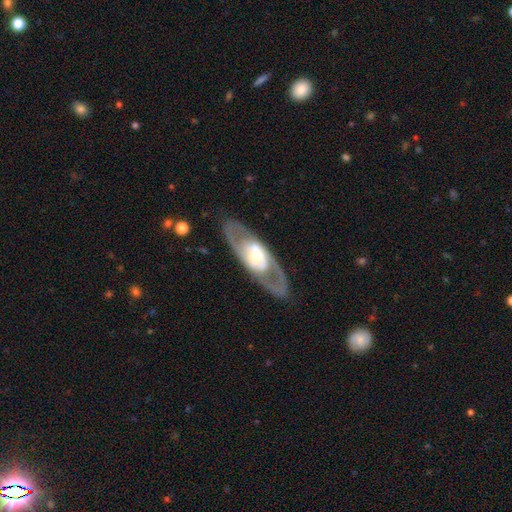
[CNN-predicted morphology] Smooth or featured?
  - featured or disk: 75% *
  - smooth: 20%
  - star or artifact: 5%
Edge-on disk?
  - no: 83% *
  - yes: 17%
Bar?
  - no: 65% *
  - weak: 22%
  - strong: 13%
Spiral arms?
  - no: 55% *
  - yes: 45%
Bulge size?
  - moderate: 55% *
  - large: 21%
  - small: 20%
  - dominant: 2%
  - none: 1%
Merging?
  - none: 81% *
  - minor disturbance: 10%
  - major disturbance: 7%
  - merger: 2%